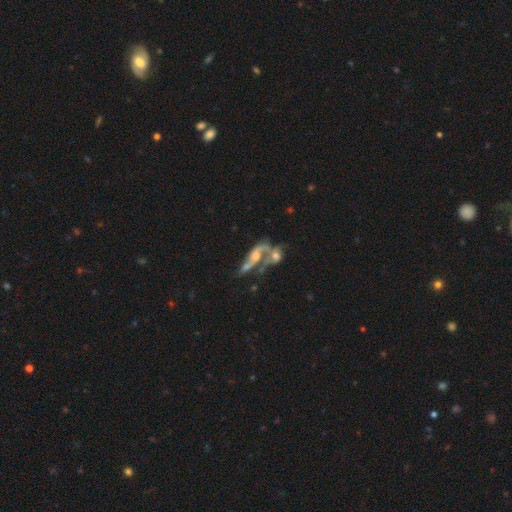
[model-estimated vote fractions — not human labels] smooth_or_featured: featured or disk (p=0.68) [alt: smooth p=0.22]
disk_edge_on: no (p=0.88) [alt: yes p=0.12]
bar: no (p=0.66) [alt: weak p=0.26]
has_spiral_arms: yes (p=0.70) [alt: no p=0.30]
bulge_size: moderate (p=0.41) [alt: small p=0.28]
merging: merger (p=0.64) [alt: major disturbance p=0.15]